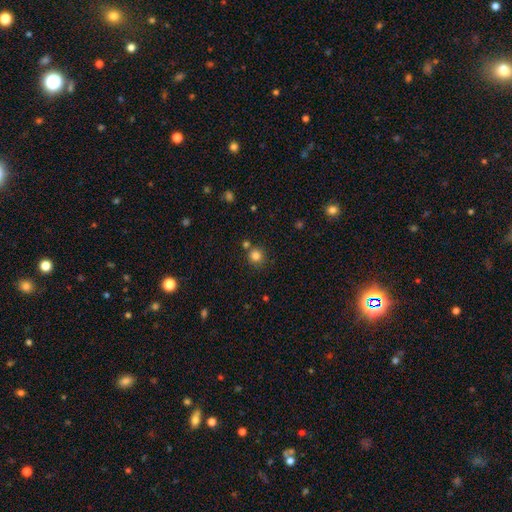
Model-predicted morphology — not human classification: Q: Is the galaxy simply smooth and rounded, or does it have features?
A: smooth — 82%.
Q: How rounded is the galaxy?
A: round — 92%.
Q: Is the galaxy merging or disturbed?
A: none — 77%.